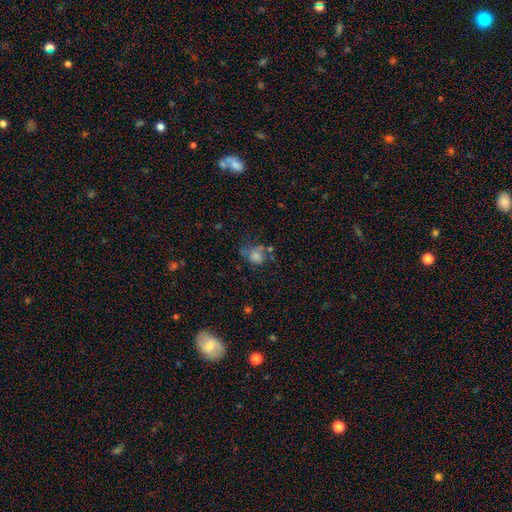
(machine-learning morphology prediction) Smooth or featured?
  - smooth: 69% *
  - featured or disk: 17%
  - star or artifact: 13%
How rounded?
  - round: 55% *
  - in between: 44%
  - cigar-shaped: 1%
Merging?
  - none: 37% *
  - minor disturbance: 25%
  - major disturbance: 20%
  - merger: 18%